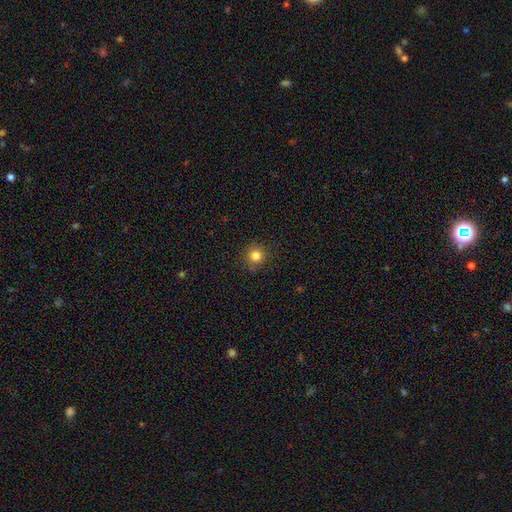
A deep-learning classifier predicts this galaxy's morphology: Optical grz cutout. It shows a smooth galaxy with no disk features (82%) that is round (93%). Merging: none (87%).